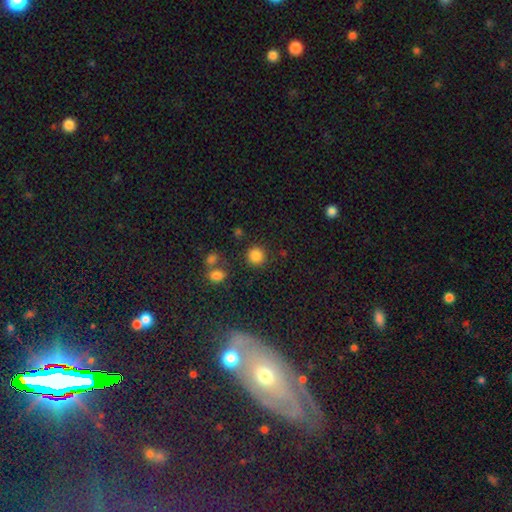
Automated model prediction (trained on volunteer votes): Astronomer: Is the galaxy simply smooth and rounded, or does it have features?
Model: smooth — 83%.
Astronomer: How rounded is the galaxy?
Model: round — 91%.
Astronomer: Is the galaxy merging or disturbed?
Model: none — 82%.